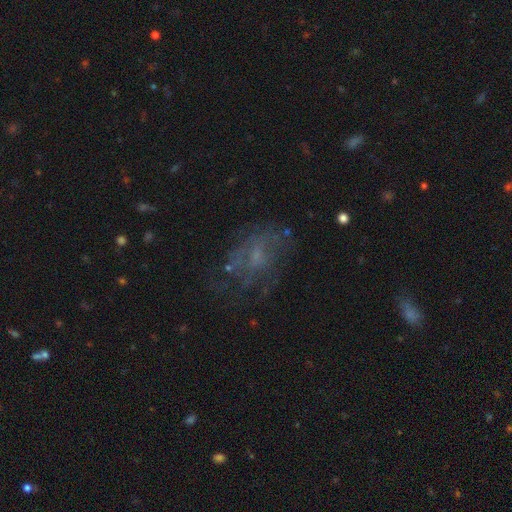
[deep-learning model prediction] Overall: featured or disk (51%; smooth 30%). Edge-on disk: no (96%). Merging: none (52%; major disturbance 25%).